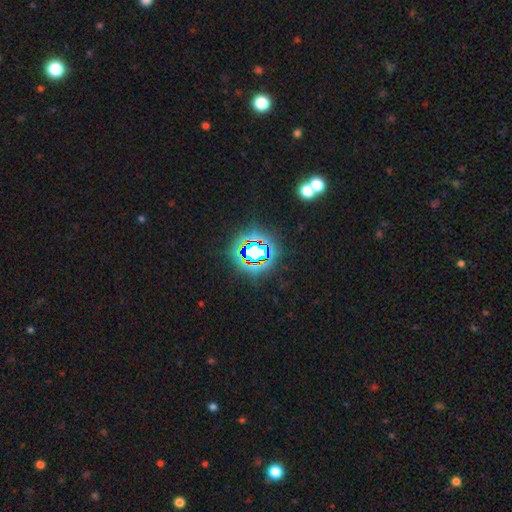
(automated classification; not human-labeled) smooth-or-featured: star or artifact: 74% | smooth: 15% | featured or disk: 11%